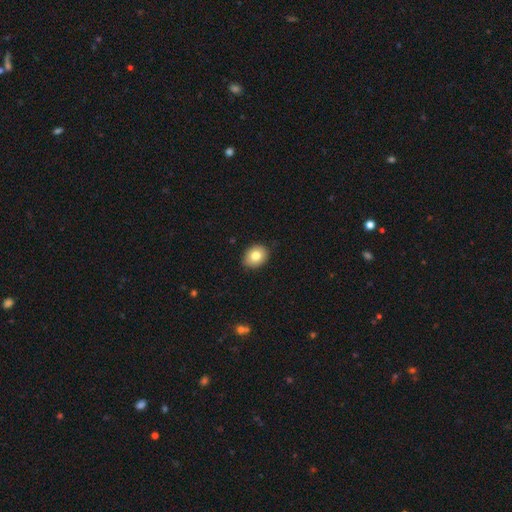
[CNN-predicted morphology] Q: Smooth or featured?
A: smooth (79%); runner-up: featured or disk (12%)
Q: How rounded?
A: in between (54%); runner-up: round (45%)
Q: Merging?
A: none (87%); runner-up: minor disturbance (10%)